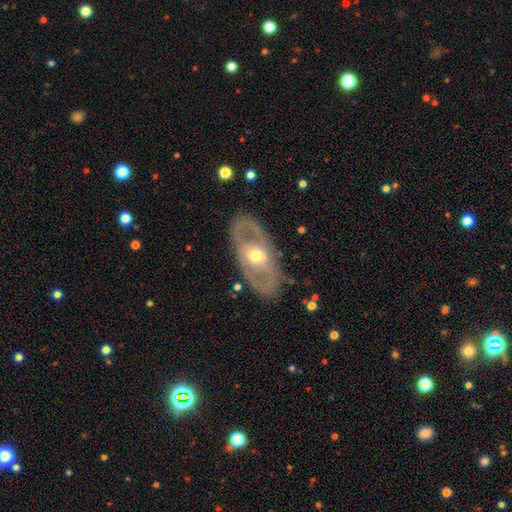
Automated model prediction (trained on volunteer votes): A featured or disk galaxy (74%) with no bar (55%), no spiral arms (53%) and a moderate central bulge (68%). Merging: none (81%).